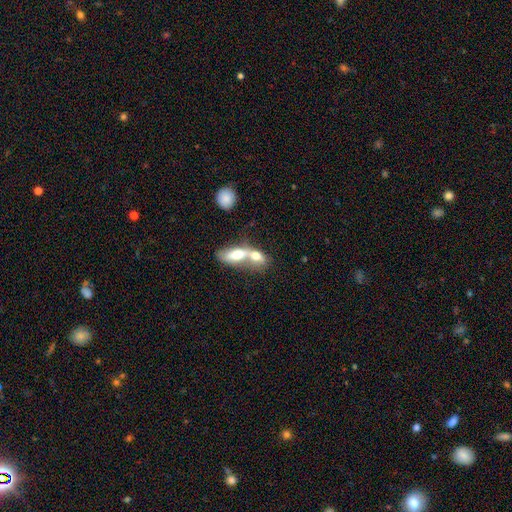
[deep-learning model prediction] Smooth or featured? smooth (67%)
How rounded? in between (72%)
Merging? merger (79%)